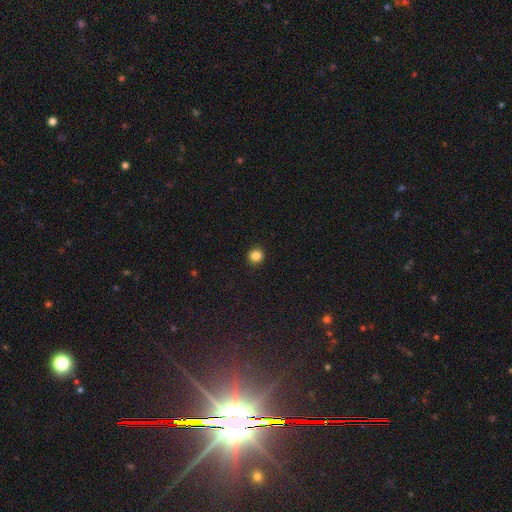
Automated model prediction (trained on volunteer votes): Q: Smooth or featured?
A: smooth (85%); runner-up: star or artifact (12%)
Q: How rounded?
A: round (93%); runner-up: in between (6%)
Q: Merging?
A: none (92%); runner-up: minor disturbance (5%)